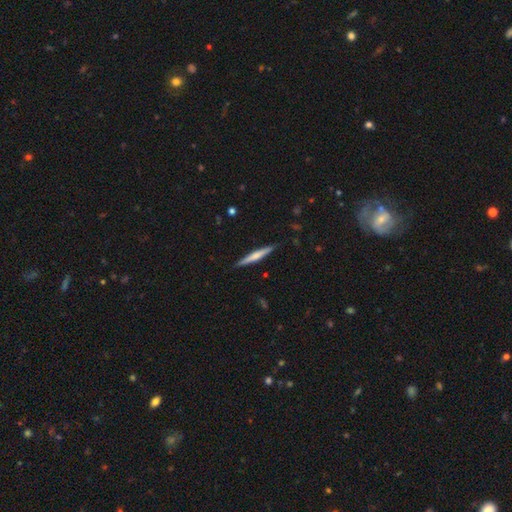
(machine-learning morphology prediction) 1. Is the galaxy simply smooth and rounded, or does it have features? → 47% smooth (tied), 47% featured or disk (tied), 6% star or artifact.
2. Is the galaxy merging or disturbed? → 89% none, 9% minor disturbance, 2% major disturbance, 1% merger.